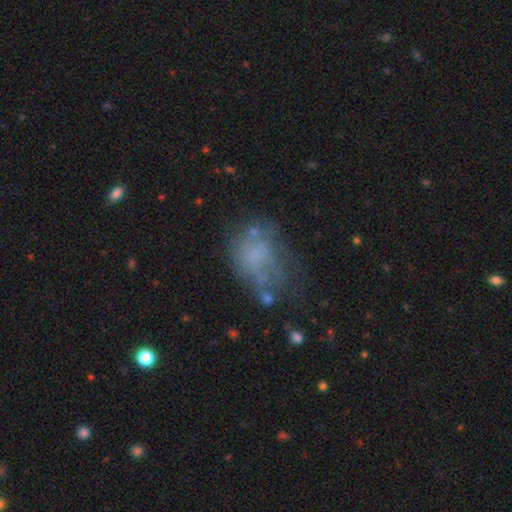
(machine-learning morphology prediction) Smooth or featured? Predicted: smooth (p=0.48). Merging? Predicted: none (p=0.33).